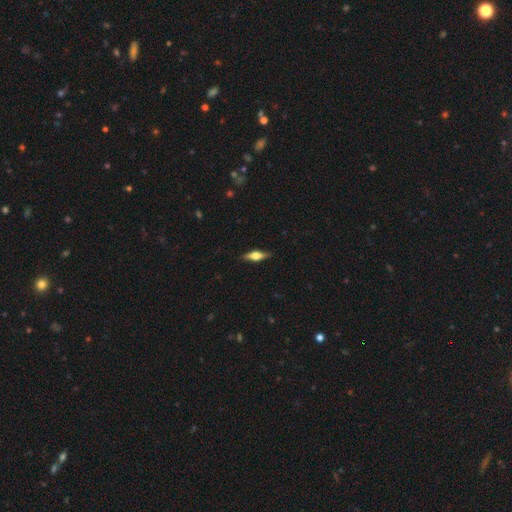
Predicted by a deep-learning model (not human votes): Overall: featured or disk (59%; smooth 34%). Edge-on disk: yes (94%). Edge-on bulge: rounded (91%). Merging: none (87%).